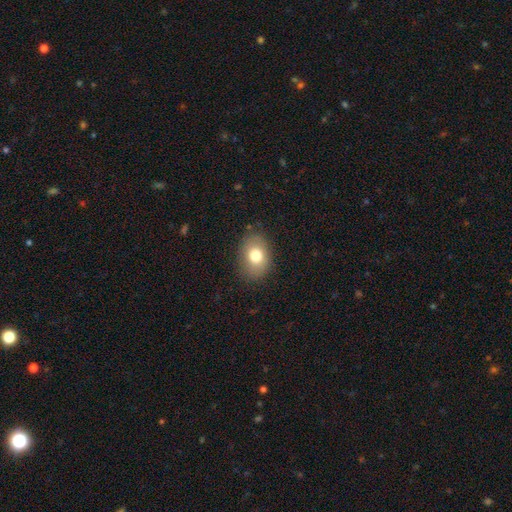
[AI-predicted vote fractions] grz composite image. It shows a smooth galaxy with no disk features (77%) that is in between round and cigar-shaped (76%). Merging: none (83%).